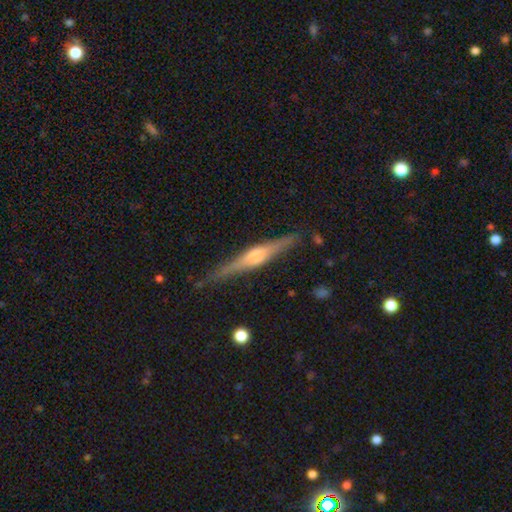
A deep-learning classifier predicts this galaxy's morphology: This is likely a featured or disk galaxy (75%). It is clearly viewed edge-on (98%). Edge-on bulge: likely rounded (78%). Merging: clearly none (86%).